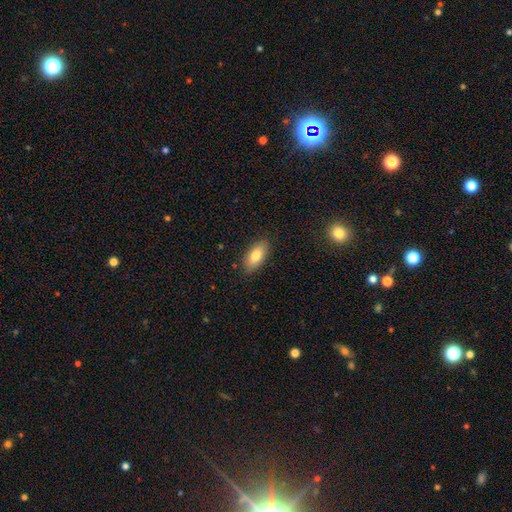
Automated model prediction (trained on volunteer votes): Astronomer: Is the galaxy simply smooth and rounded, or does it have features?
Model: smooth — 81%.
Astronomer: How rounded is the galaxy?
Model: in between — 88%.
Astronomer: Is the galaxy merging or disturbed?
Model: none — 85%.